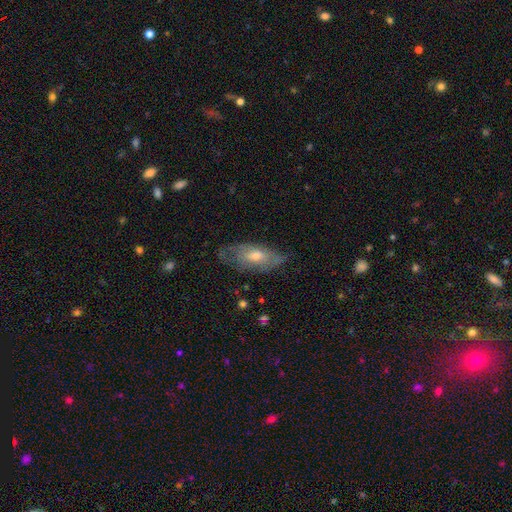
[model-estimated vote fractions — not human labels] Overall: featured or disk (53%; smooth 39%). Edge-on disk: no (81%). Merging: none (59%; minor disturbance 28%).